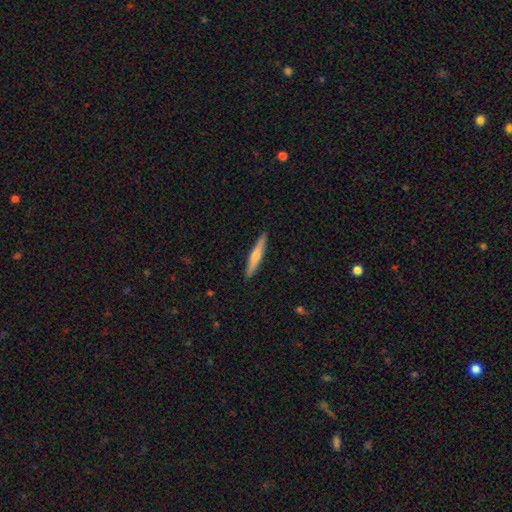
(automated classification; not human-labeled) smooth_or_featured: smooth (p=0.49) [alt: featured or disk p=0.45]
merging: none (p=0.91) [alt: minor disturbance p=0.06]